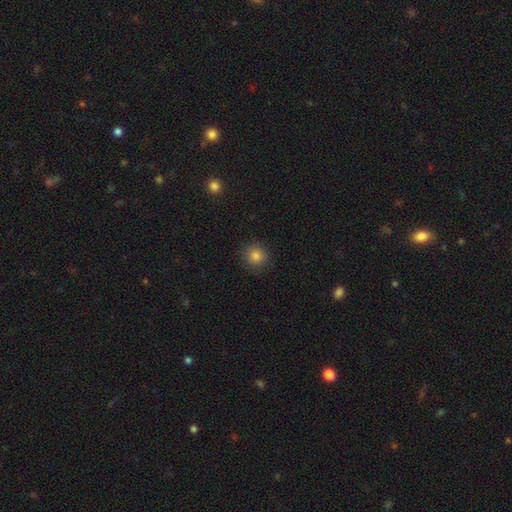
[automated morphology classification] This appears to be a smooth galaxy with no disk features (83%) that is round (91%). Merging: none (88%).